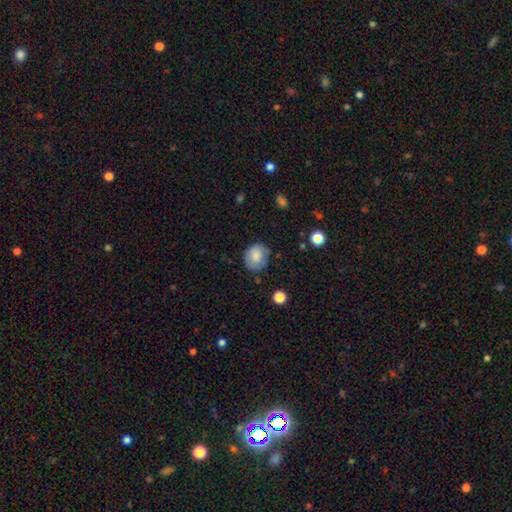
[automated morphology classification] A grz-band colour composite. It shows a smooth galaxy with no disk features (81%) that is round (63%). Merging: none (70%).